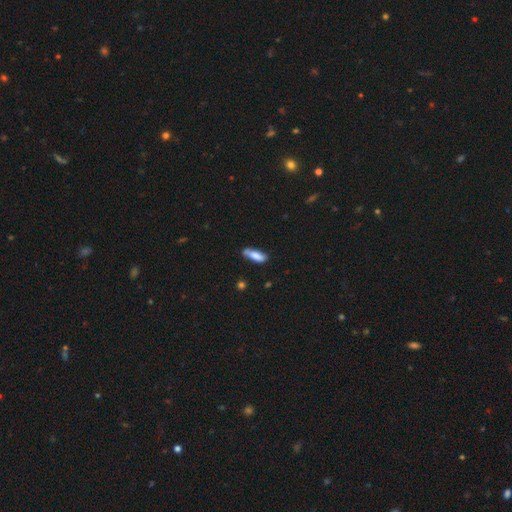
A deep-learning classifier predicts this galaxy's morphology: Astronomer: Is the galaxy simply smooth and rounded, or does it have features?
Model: smooth — 79%.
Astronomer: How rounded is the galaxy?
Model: in between — 57% (runner-up: cigar-shaped, 41%).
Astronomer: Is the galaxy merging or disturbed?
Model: none — 60%.